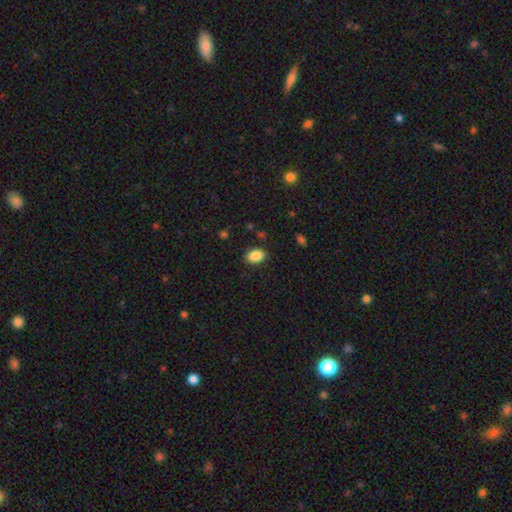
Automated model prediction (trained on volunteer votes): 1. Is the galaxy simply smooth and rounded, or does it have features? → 87% smooth, 8% star or artifact, 5% featured or disk.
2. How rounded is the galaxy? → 81% in between, 18% round, 1% cigar-shaped.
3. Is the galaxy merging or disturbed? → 86% none, 10% minor disturbance, 3% major disturbance, 1% merger.